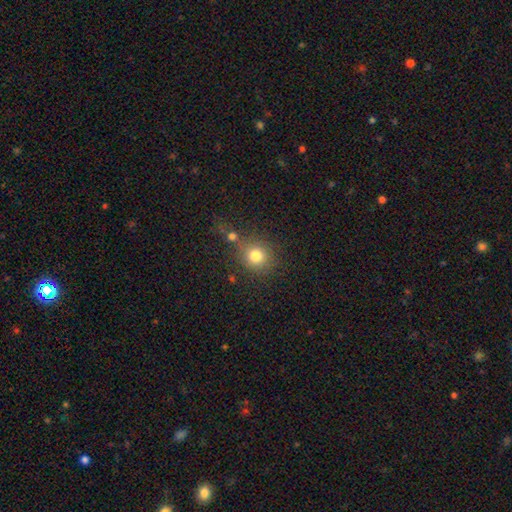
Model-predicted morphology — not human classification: type=smooth (78%); roundness=round (87%); merging=none (66%).